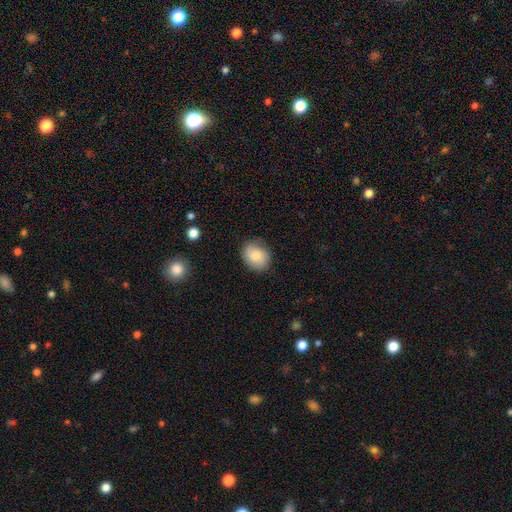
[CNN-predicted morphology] This is likely a smooth galaxy (78%). How rounded: possibly round (55%). Merging: likely none (76%).